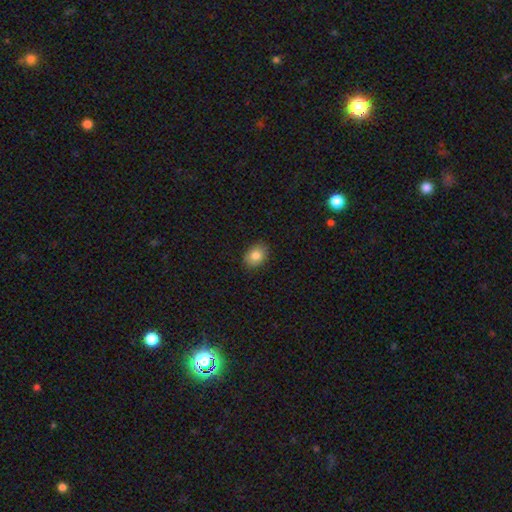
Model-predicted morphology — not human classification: type=smooth (83%); roundness=in between (68%); merging=none (89%).